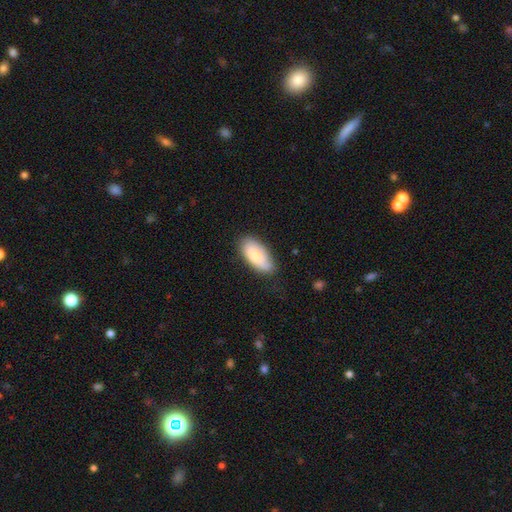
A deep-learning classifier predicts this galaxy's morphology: A smooth galaxy with no disk features (73%) that is in between round and cigar-shaped (91%).

Vote fractions:
- Smooth or featured? smooth: 73% / featured or disk: 21% / star or artifact: 6%
- How rounded? in between: 91% / cigar-shaped: 7% / round: 2%
- Merging? none: 72% / minor disturbance: 22% / major disturbance: 5% / merger: 1%